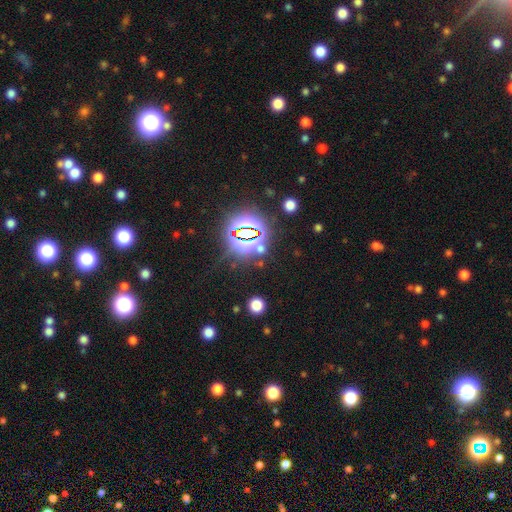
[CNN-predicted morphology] Smooth or featured?
  - star or artifact: 80% *
  - smooth: 13%
  - featured or disk: 7%